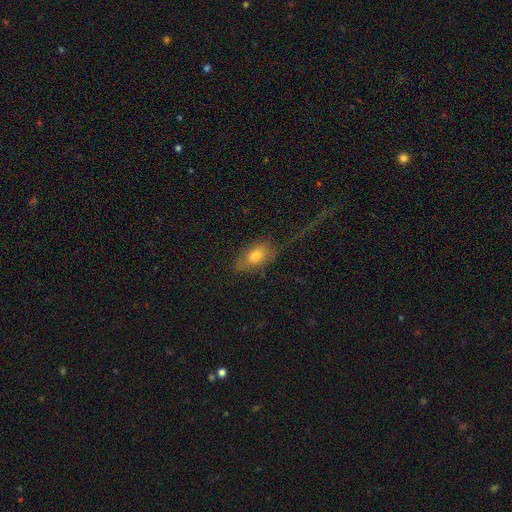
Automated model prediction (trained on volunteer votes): This appears to be a smooth galaxy with no disk features (67%) that is in between round and cigar-shaped (86%). Merging: none (57%).